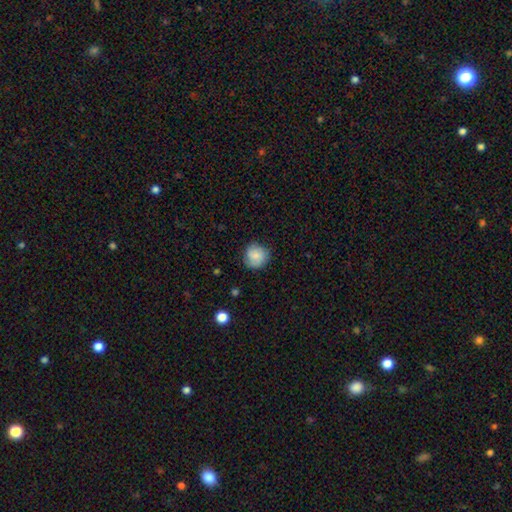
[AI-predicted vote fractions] Smooth or featured? smooth (73%)
How rounded? round (85%)
Merging? none (72%)